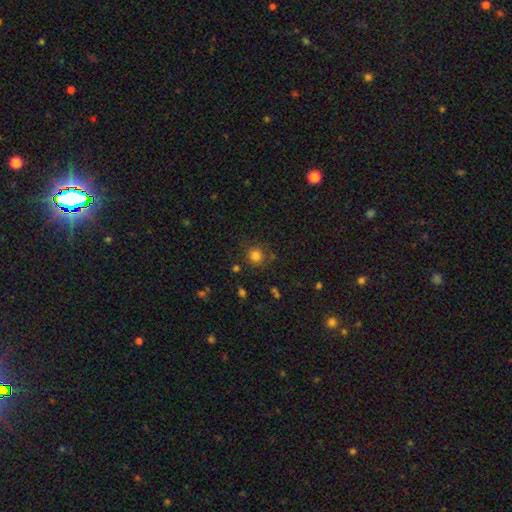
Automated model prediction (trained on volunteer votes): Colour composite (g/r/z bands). It shows a smooth galaxy with no disk features (79%) that is round (91%). Merging: none (80%).